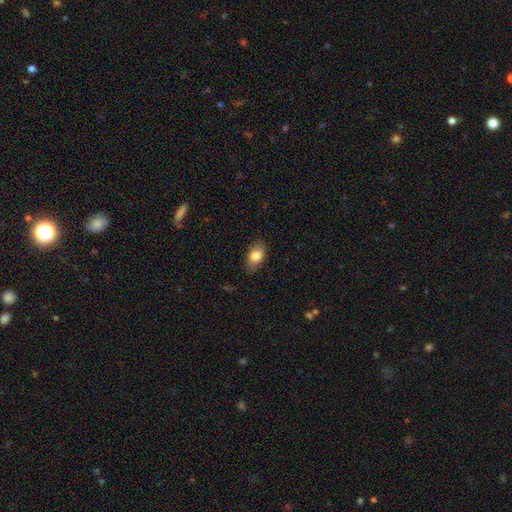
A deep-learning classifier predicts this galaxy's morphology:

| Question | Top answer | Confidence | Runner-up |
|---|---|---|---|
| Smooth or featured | smooth | 81% | featured or disk (12%) |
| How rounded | in between | 88% | round (8%) |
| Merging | none | 82% | minor disturbance (14%) |